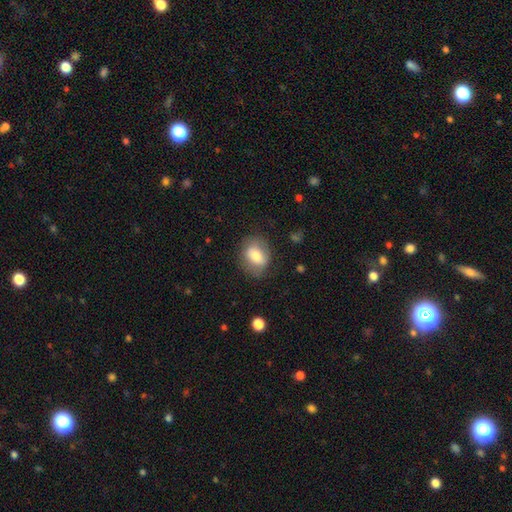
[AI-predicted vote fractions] smooth_or_featured: smooth (p=0.68) [alt: featured or disk p=0.24]
how_rounded: in between (p=0.58) [alt: round p=0.40]
merging: none (p=0.73) [alt: minor disturbance p=0.19]